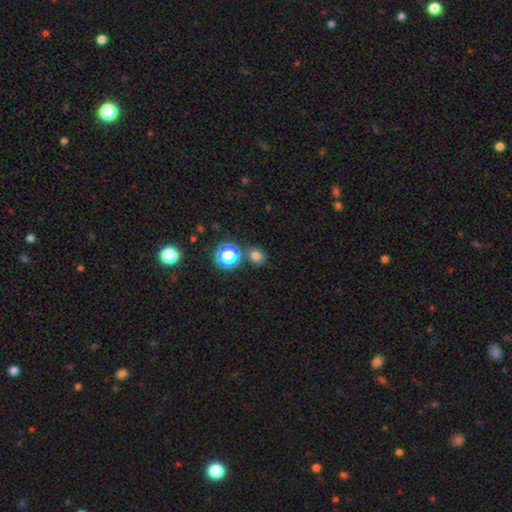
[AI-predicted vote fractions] Q: Smooth or featured?
A: smooth (74%); runner-up: star or artifact (20%)
Q: How rounded?
A: round (67%); runner-up: in between (32%)
Q: Merging?
A: none (77%); runner-up: minor disturbance (10%)